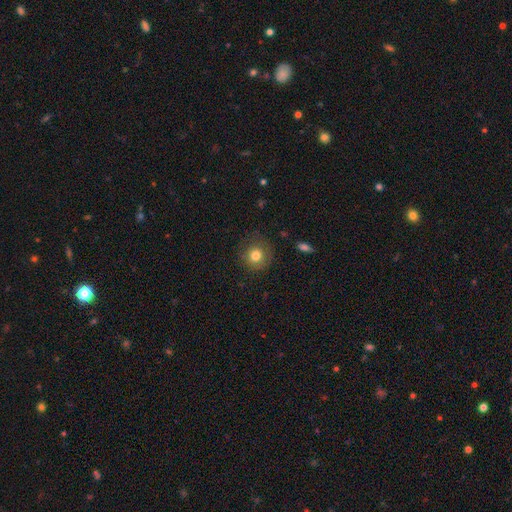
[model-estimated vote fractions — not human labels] This is likely a smooth galaxy (79%). How rounded: clearly round (92%). Merging: clearly none (81%).